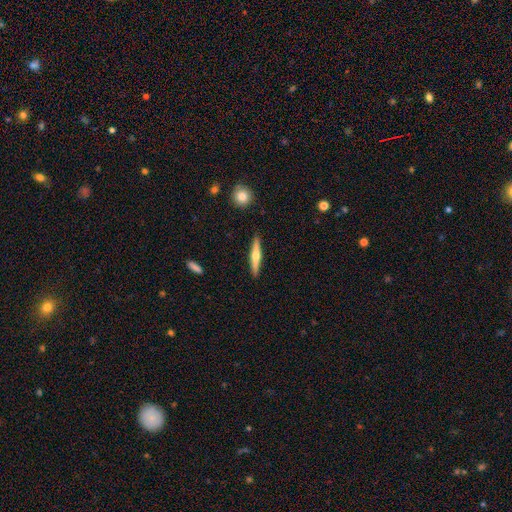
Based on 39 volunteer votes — Smooth or featured? 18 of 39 (46%) said featured or disk. Edge-on disk? 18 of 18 (100%) said yes. Edge-on bulge? 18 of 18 (100%) said rounded. Merging? 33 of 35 (94%) said none.